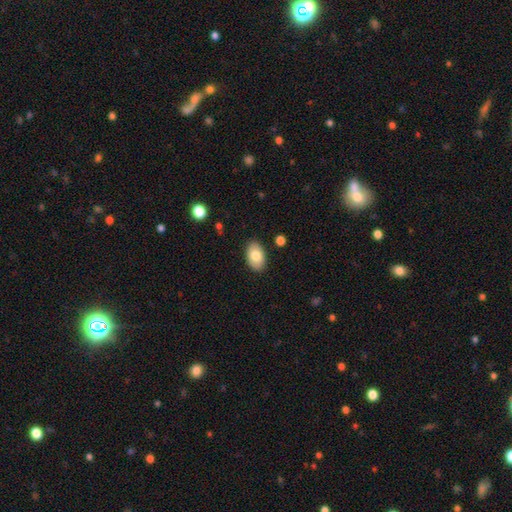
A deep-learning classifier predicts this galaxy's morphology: Smooth or featured: smooth — 80% (featured or disk — 13%)
How rounded: in between — 91% (round — 7%)
Merging: none — 87% (minor disturbance — 9%)